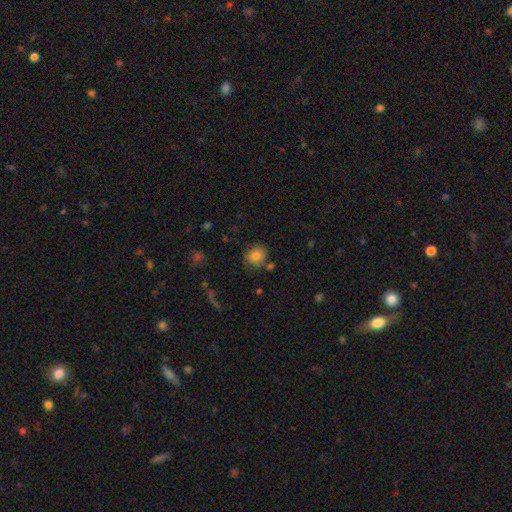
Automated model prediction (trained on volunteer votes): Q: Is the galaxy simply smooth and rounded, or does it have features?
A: smooth — 83%.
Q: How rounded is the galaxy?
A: round — 85%.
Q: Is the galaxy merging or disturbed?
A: none — 77%.